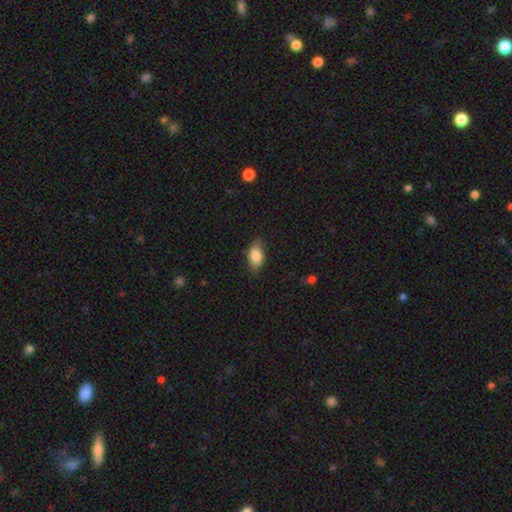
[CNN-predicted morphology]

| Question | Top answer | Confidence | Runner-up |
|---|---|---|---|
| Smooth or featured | smooth | 84% | featured or disk (9%) |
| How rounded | in between | 89% | round (7%) |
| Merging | none | 76% | minor disturbance (19%) |